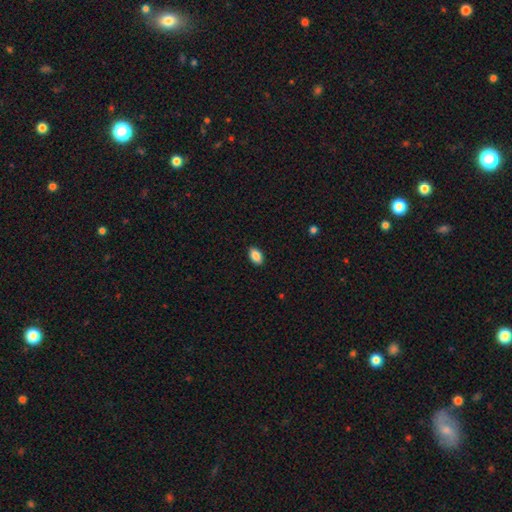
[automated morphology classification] Q: Smooth or featured?
A: smooth (88%); runner-up: star or artifact (8%)
Q: How rounded?
A: in between (91%); runner-up: round (7%)
Q: Merging?
A: none (89%); runner-up: minor disturbance (8%)